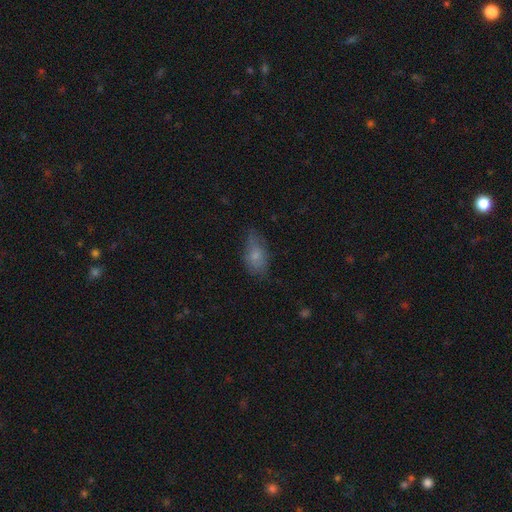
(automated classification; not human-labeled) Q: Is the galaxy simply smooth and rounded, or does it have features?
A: smooth — 73%.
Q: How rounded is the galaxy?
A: in between — 88%.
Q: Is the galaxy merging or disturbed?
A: none — 53%.